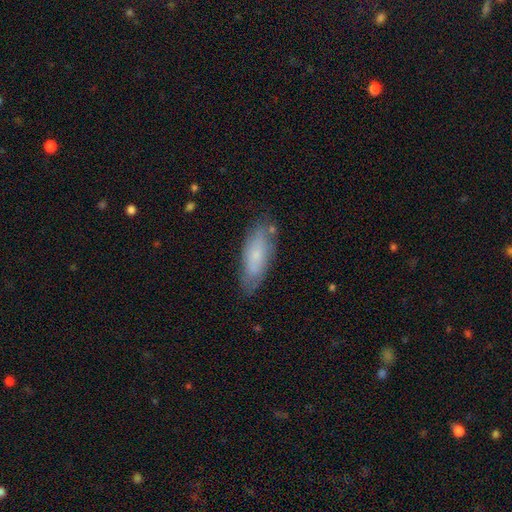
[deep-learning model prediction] A smooth galaxy with no disk features (65%) that is in between round and cigar-shaped (65%). Merging: none (73%).